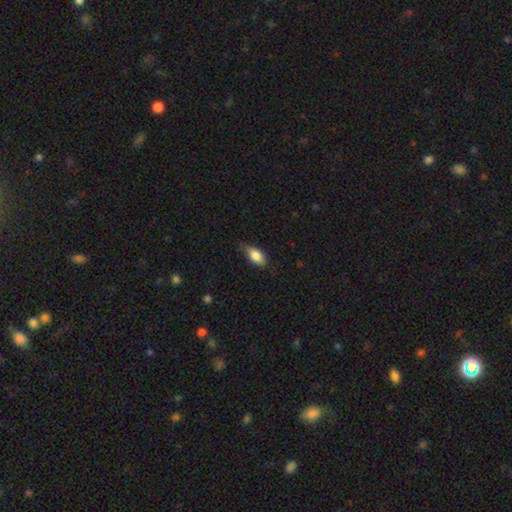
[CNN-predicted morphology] A smooth galaxy with no disk features (83%) that is in between round and cigar-shaped (88%). Merging: none (69%).